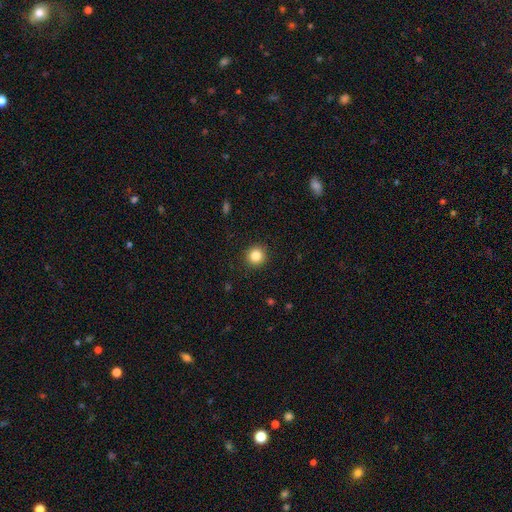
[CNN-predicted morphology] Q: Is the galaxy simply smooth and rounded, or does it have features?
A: smooth — 84%.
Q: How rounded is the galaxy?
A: round — 93%.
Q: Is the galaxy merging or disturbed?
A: none — 92%.